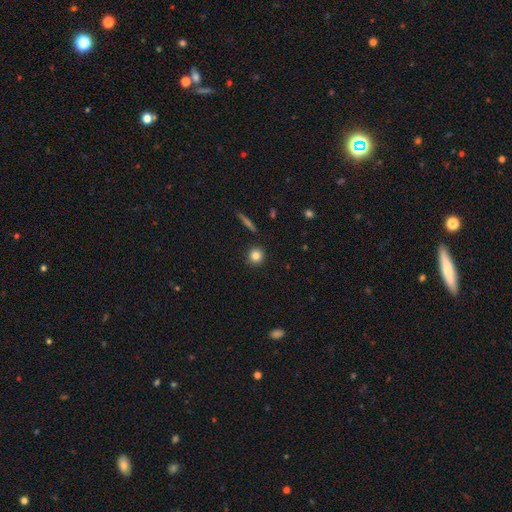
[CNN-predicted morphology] Smooth or featured: smooth — 83% (star or artifact — 10%)
How rounded: round — 91% (in between — 8%)
Merging: none — 91% (minor disturbance — 6%)